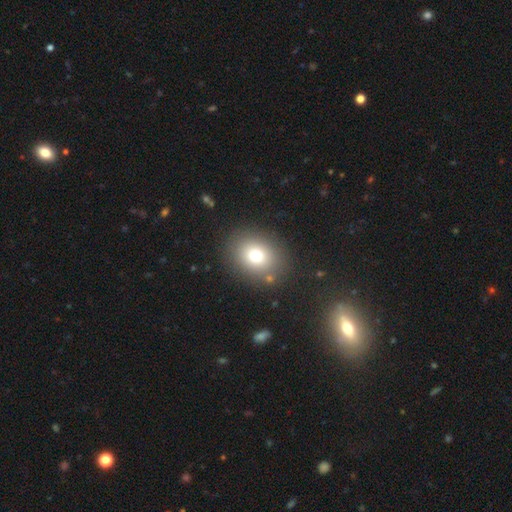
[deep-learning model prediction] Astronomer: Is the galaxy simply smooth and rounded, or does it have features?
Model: smooth — 76%.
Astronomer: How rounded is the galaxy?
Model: round — 52% (runner-up: in between, 47%).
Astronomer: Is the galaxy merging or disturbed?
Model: none — 84%.